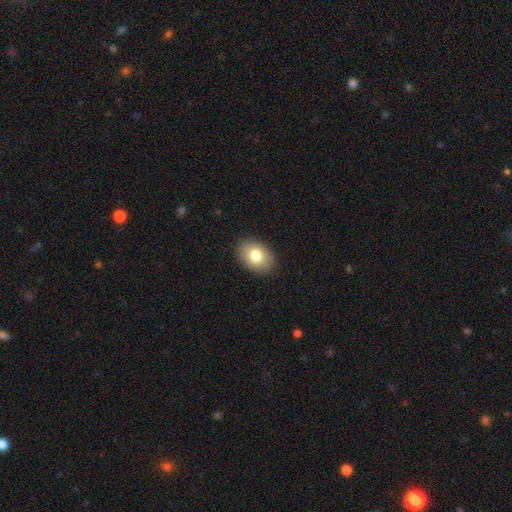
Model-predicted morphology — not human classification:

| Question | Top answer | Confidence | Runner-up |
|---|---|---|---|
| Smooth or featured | smooth | 80% | featured or disk (12%) |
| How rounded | in between | 81% | round (18%) |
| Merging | none | 89% | minor disturbance (8%) |